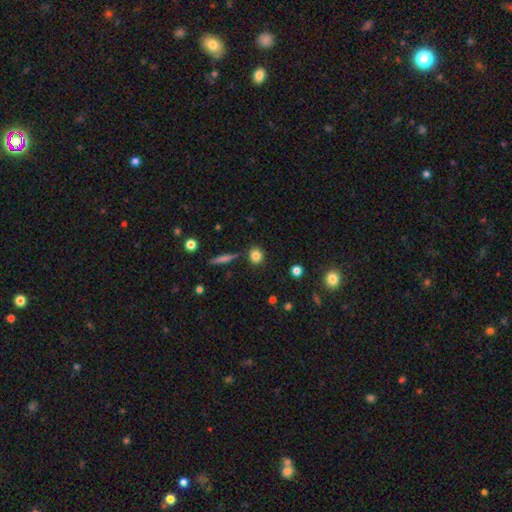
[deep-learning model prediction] A smooth galaxy with no disk features (83%) that is round (86%). Merging: none (85%).